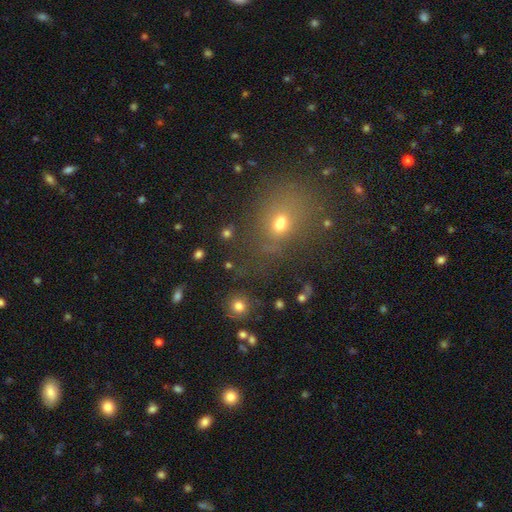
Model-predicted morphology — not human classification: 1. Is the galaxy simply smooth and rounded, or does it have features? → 56% smooth, 34% star or artifact, 10% featured or disk.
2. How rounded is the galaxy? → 62% round, 36% in between, 2% cigar-shaped.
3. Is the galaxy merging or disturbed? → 78% none, 13% minor disturbance, 5% major disturbance, 4% merger.